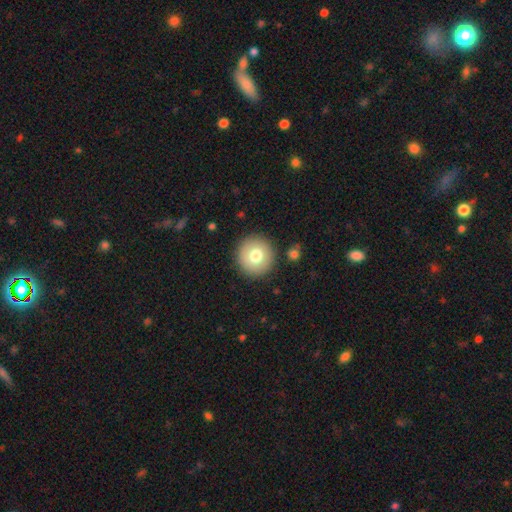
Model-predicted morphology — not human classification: smooth_or_featured: smooth (p=0.74) [alt: featured or disk p=0.17]
how_rounded: round (p=0.95) [alt: in between p=0.04]
merging: none (p=0.89) [alt: minor disturbance p=0.06]